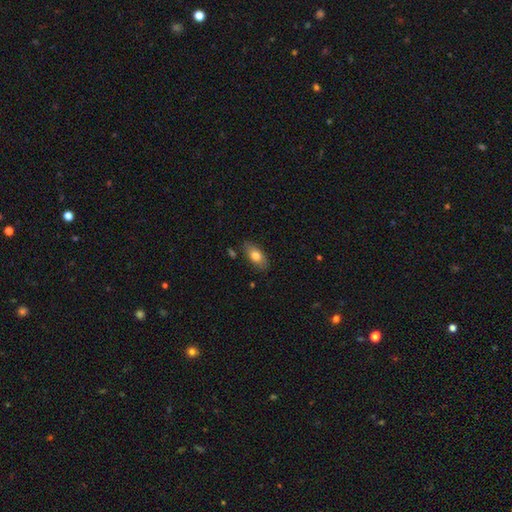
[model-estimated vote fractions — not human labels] Smooth or featured: smooth — 78% (featured or disk — 15%)
How rounded: in between — 90% (cigar-shaped — 6%)
Merging: none — 82% (minor disturbance — 13%)